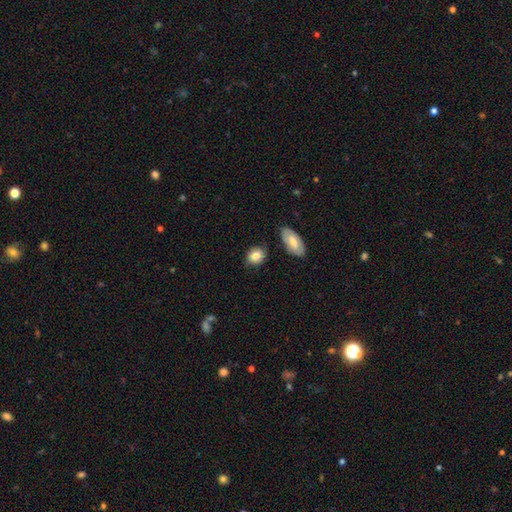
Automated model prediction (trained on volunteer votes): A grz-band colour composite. It shows a smooth galaxy with no disk features (81%) that is round (51%). Merging: none (78%).